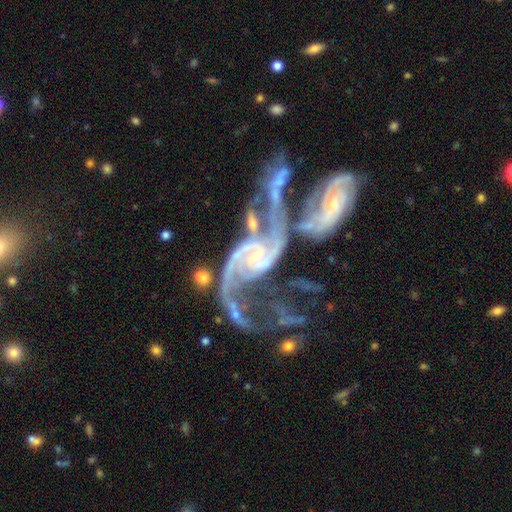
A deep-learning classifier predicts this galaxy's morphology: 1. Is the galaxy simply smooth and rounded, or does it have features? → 91% featured or disk, 5% star or artifact, 4% smooth.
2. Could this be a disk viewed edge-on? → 97% no, 3% yes.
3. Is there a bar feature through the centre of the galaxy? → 54% no, 33% weak, 13% strong.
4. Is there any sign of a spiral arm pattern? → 97% yes, 3% no.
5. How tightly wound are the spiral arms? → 53% loose, 34% medium, 13% tight.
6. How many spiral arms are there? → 79% 2, 6% can't tell, 5% 3, 4% 1, 3% 4, 3% more than 4.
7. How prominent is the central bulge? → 71% small, 20% moderate, 5% none, 2% large, 1% dominant.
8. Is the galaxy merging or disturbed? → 61% merger, 19% major disturbance, 12% none, 8% minor disturbance.